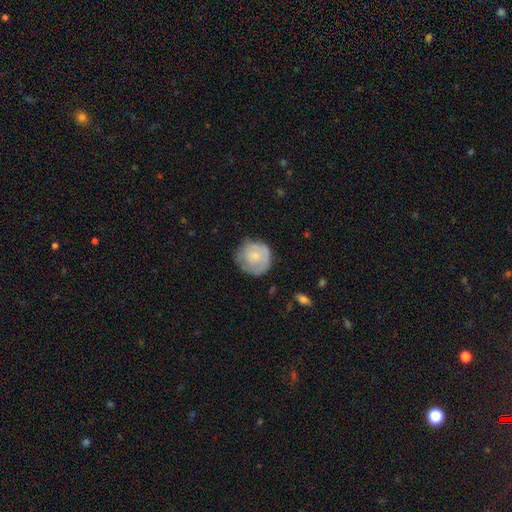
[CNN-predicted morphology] type=smooth (57%); roundness=round (91%); merging=none (64%).